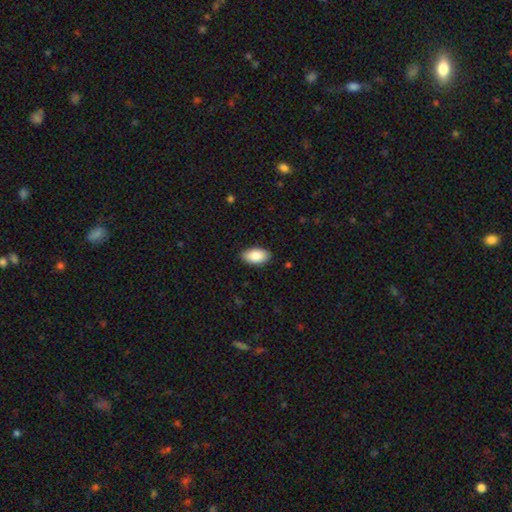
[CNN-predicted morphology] smooth-or-featured: smooth: 87% | featured or disk: 7% | star or artifact: 6%
  how-rounded: in between: 95% | round: 3% | cigar-shaped: 2%
  merging: none: 89% | minor disturbance: 9% | major disturbance: 2% | merger: 1%